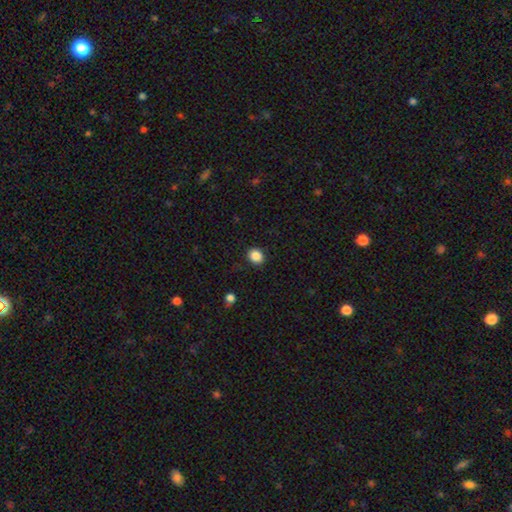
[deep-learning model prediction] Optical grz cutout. It shows a smooth galaxy with no disk features (87%) that is round (73%). Merging: none (89%).